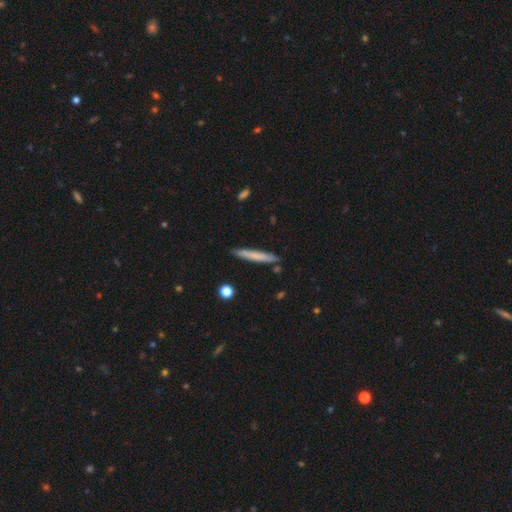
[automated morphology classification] smooth-or-featured: smooth: 69% | featured or disk: 25% | star or artifact: 6%
  how-rounded: cigar-shaped: 96% | in between: 3% | round: 1%
  merging: none: 87% | minor disturbance: 9% | merger: 2% | major disturbance: 2%